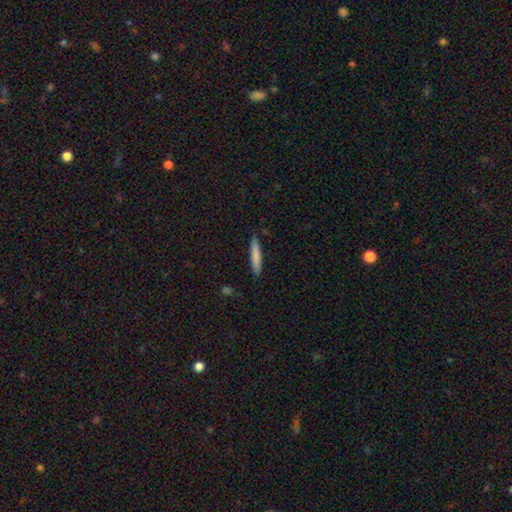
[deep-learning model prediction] Morphology: type=smooth (79%); roundness=cigar-shaped (93%); merging=none (87%).